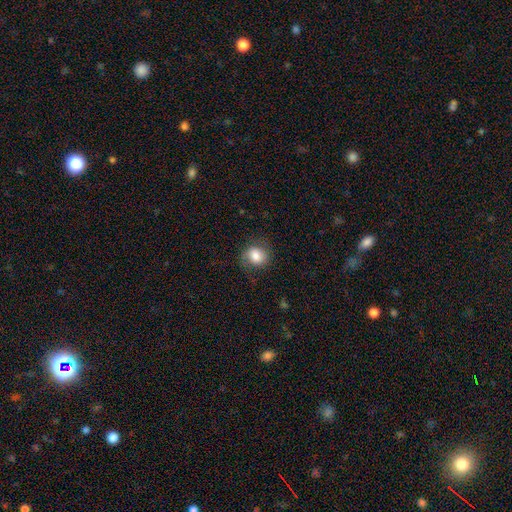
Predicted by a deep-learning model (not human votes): smooth-or-featured: smooth: 70% | featured or disk: 21% | star or artifact: 9%
  how-rounded: round: 70% | in between: 29% | cigar-shaped: 1%
  merging: none: 72% | minor disturbance: 18% | major disturbance: 9% | merger: 1%